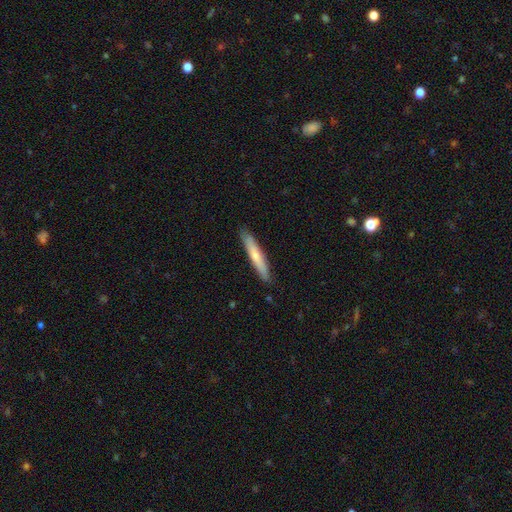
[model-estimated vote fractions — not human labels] Smooth or featured?
  - smooth: 67% *
  - featured or disk: 28%
  - star or artifact: 5%
How rounded?
  - cigar-shaped: 93% *
  - in between: 5%
  - round: 1%
Merging?
  - none: 89% *
  - minor disturbance: 8%
  - major disturbance: 1%
  - merger: 1%